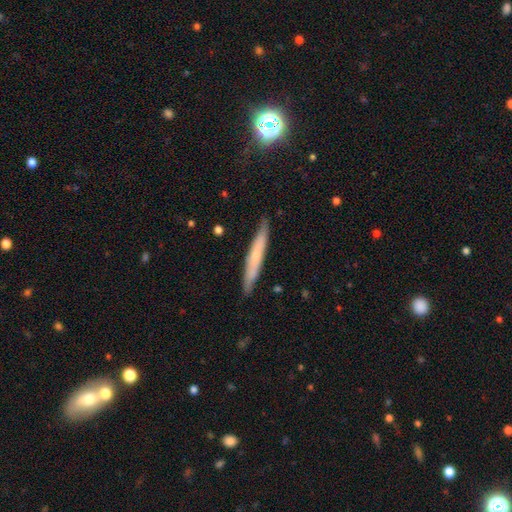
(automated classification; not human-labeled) smooth_or_featured: smooth (p=0.51) [alt: featured or disk p=0.42]
how_rounded: cigar-shaped (p=0.95) [alt: in between p=0.04]
merging: none (p=0.86) [alt: minor disturbance p=0.11]